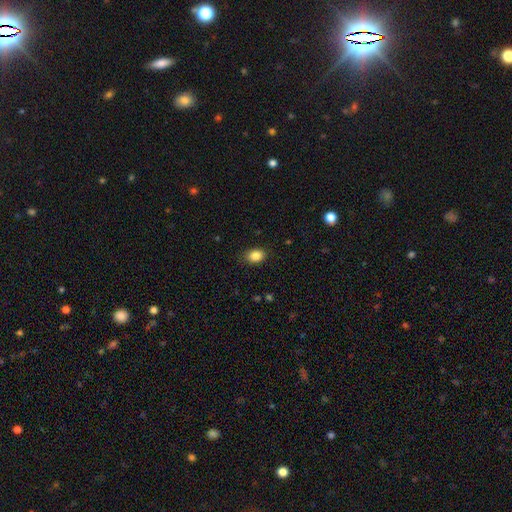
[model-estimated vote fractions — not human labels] Q: Smooth or featured?
A: smooth (86%); runner-up: star or artifact (9%)
Q: How rounded?
A: in between (74%); runner-up: round (24%)
Q: Merging?
A: none (84%); runner-up: minor disturbance (12%)